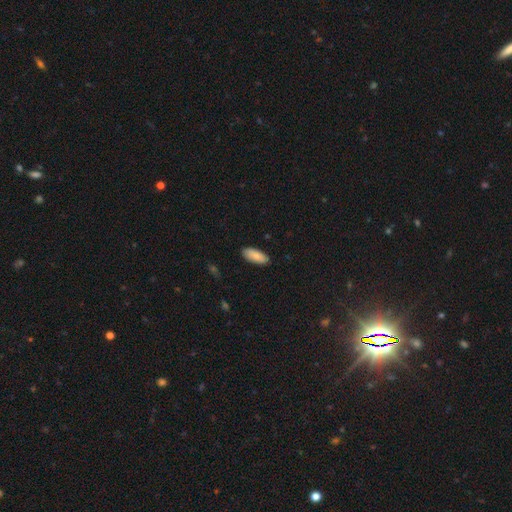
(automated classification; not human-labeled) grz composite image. It shows a smooth galaxy with no disk features (87%) that is in between round and cigar-shaped (83%). Merging: none (89%).